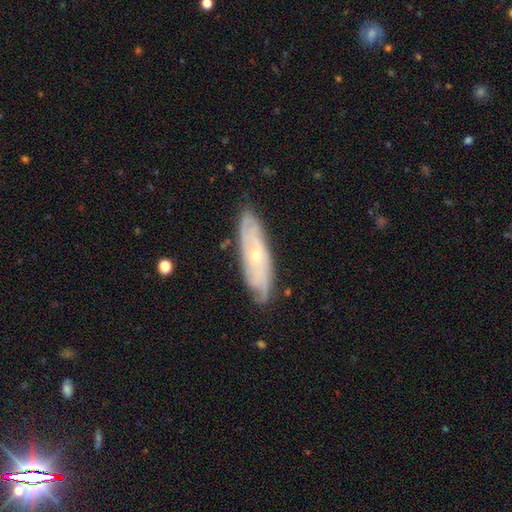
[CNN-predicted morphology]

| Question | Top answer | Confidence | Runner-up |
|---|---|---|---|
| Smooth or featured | featured or disk | 77% | smooth (17%) |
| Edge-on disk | no | 77% | yes (23%) |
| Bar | no | 75% | weak (20%) |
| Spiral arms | yes | 90% | no (10%) |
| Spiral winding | tight | 69% | medium (24%) |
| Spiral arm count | can't tell | 48% | 2 (18%) |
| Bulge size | small | 68% | moderate (29%) |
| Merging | none | 80% | minor disturbance (16%) |